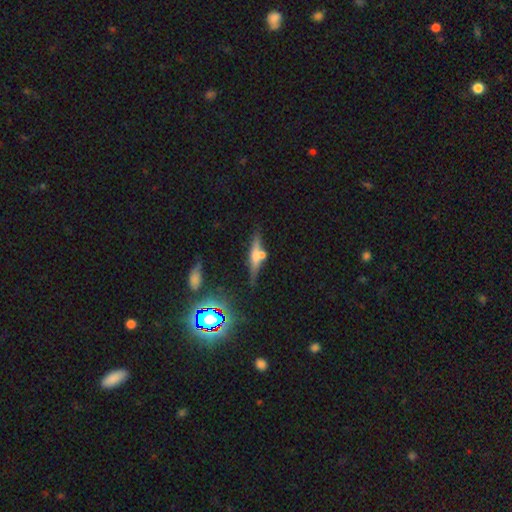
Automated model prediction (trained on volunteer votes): A featured or disk galaxy (55%) viewed edge-on (90%). Merging: none (61%).